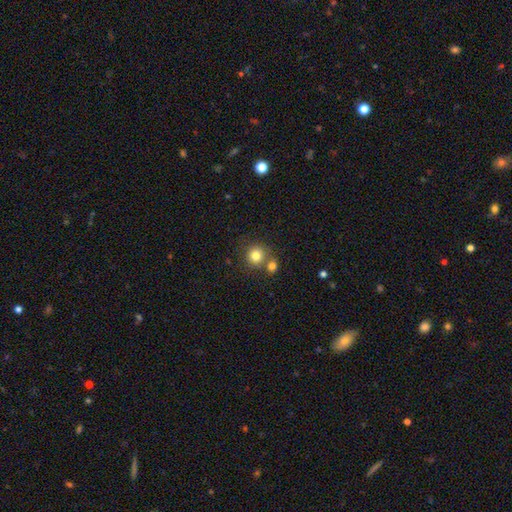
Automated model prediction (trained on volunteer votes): smooth 80%, star or artifact 11%, featured or disk 8%. Down the decision tree: how rounded — round (91%); merging — none (63%).